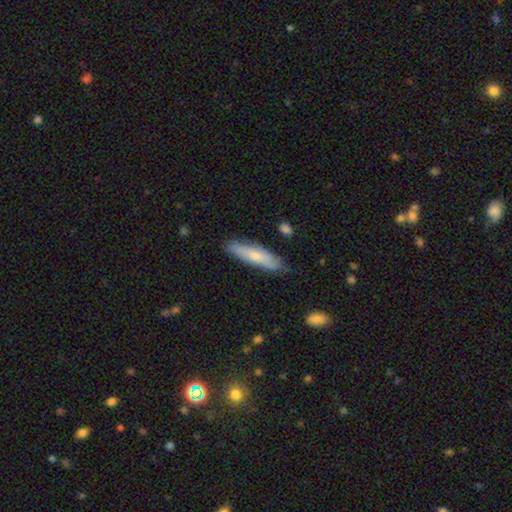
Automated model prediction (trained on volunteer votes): A smooth galaxy with no disk features (59%) that is cigar-shaped (70%). Merging: none (79%).